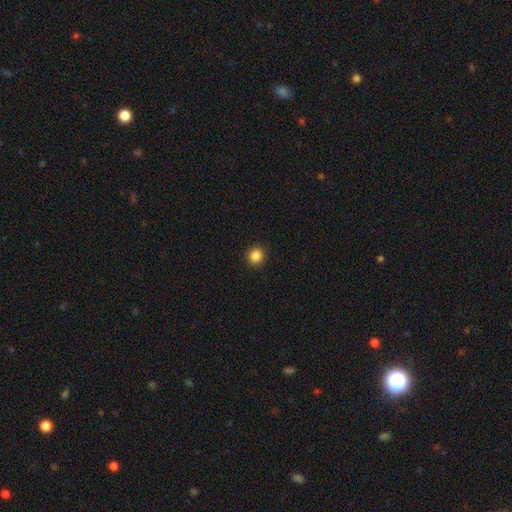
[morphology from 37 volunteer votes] smooth_or_featured: smooth (p=0.89) [alt: featured or disk p=0.05]
how_rounded: round (p=0.94) [alt: in between p=0.06]
merging: none (p=0.80) [alt: minor disturbance p=0.11]